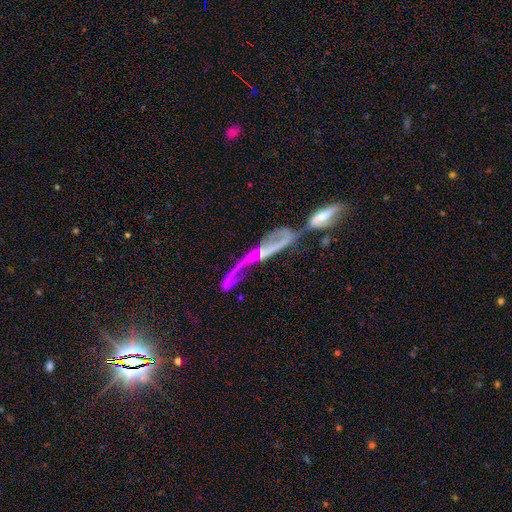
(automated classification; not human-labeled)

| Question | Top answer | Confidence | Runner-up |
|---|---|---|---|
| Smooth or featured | featured or disk | 73% | smooth (15%) |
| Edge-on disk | no | 75% | yes (25%) |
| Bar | no | 54% | weak (27%) |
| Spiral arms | yes | 64% | no (36%) |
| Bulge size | small | 43% | none (38%) |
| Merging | merger | 47% | major disturbance (27%) |